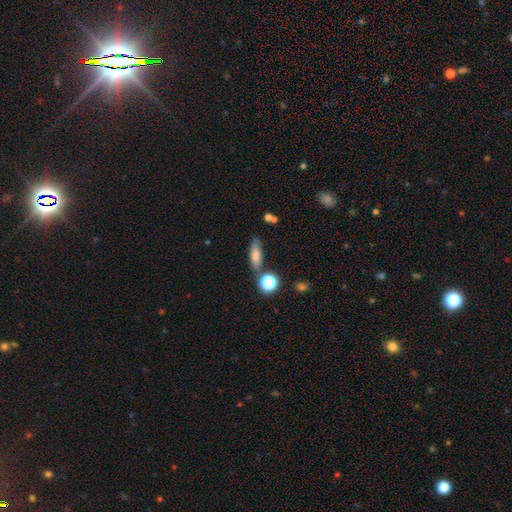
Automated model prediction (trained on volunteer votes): Smooth or featured? smooth (72%)
How rounded? in between (51%)
Merging? none (69%)